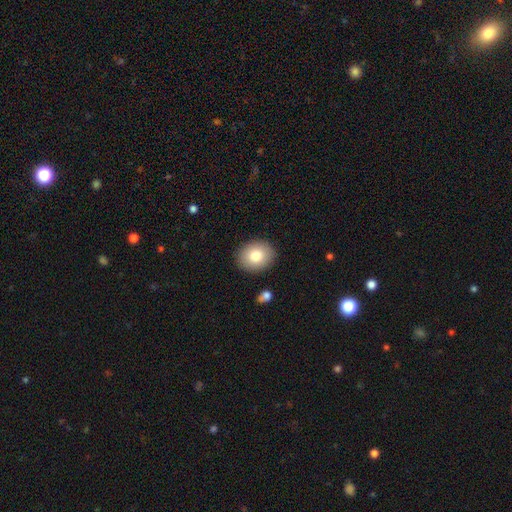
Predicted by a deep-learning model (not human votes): A smooth galaxy with no disk features (80%) that is round (53%).

Vote fractions:
- Smooth or featured? smooth: 80% / featured or disk: 12% / star or artifact: 8%
- How rounded? round: 53% / in between: 46% / cigar-shaped: 1%
- Merging? none: 89% / minor disturbance: 8% / major disturbance: 2% / merger: 2%